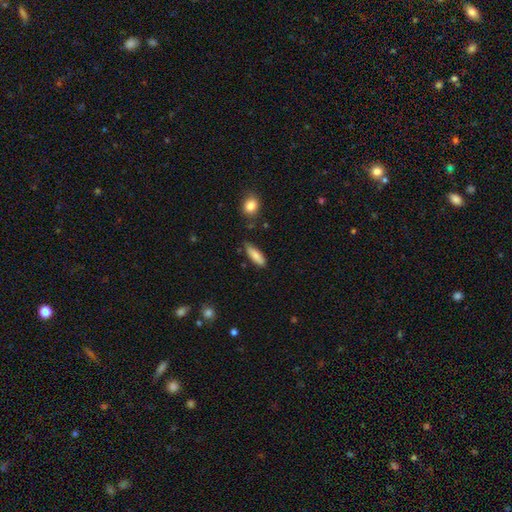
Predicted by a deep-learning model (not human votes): The model was most divided on "how rounded": in between: 50%, cigar-shaped: 48%, round: 2%. More confident: smooth or featured — smooth (83%); merging — none (73%).